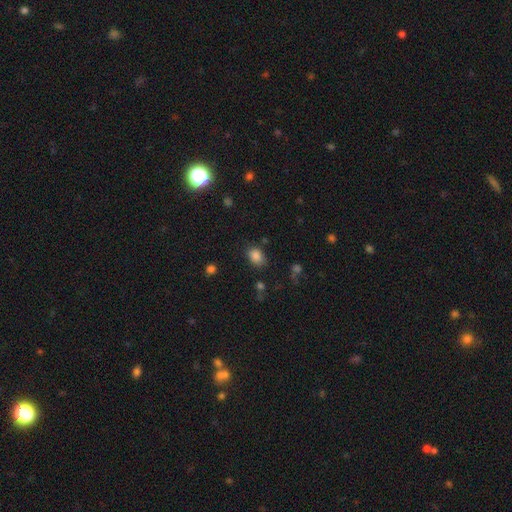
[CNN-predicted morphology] smooth-or-featured: smooth: 84% | star or artifact: 11% | featured or disk: 5%
  how-rounded: in between: 73% | round: 26% | cigar-shaped: 1%
  merging: none: 77% | minor disturbance: 15% | major disturbance: 5% | merger: 3%